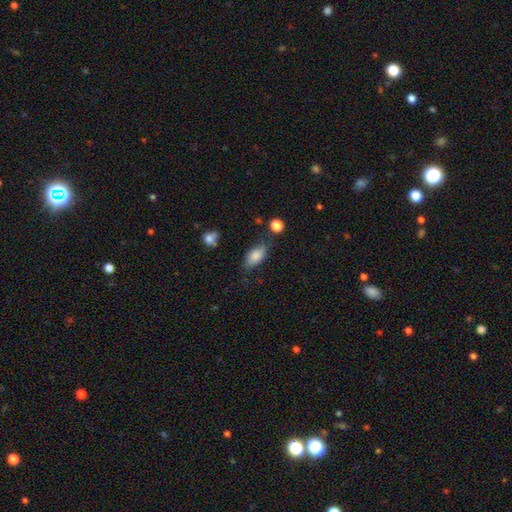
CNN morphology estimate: Q: Smooth or featured?
A: smooth (83%); runner-up: featured or disk (9%)
Q: How rounded?
A: in between (89%); runner-up: cigar-shaped (6%)
Q: Merging?
A: none (70%); runner-up: minor disturbance (21%)